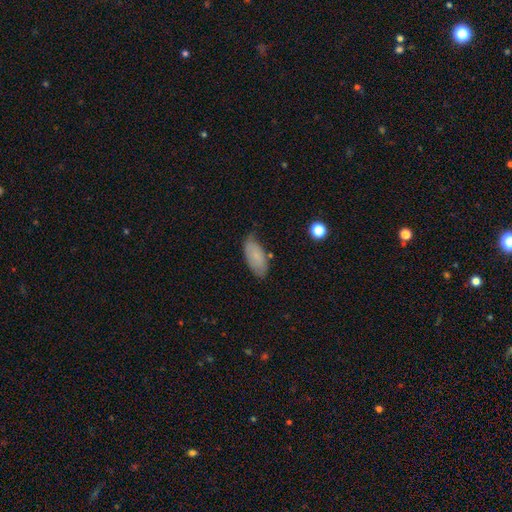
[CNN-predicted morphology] Smooth or featured?
  - smooth: 75% *
  - featured or disk: 18%
  - star or artifact: 7%
How rounded?
  - in between: 91% *
  - cigar-shaped: 7%
  - round: 2%
Merging?
  - none: 64% *
  - minor disturbance: 28%
  - major disturbance: 5%
  - merger: 2%